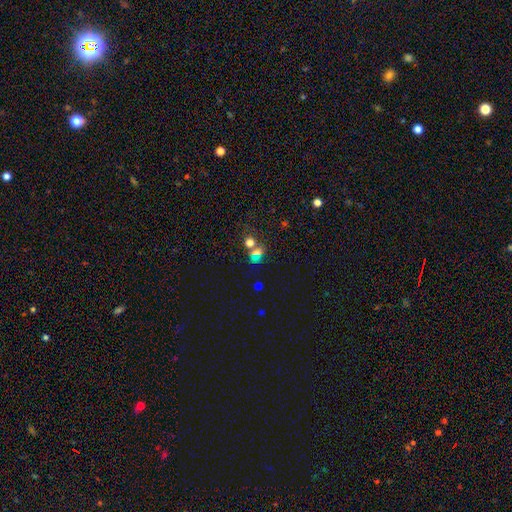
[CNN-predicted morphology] This appears to be a smooth galaxy with no disk features (52%) that is round (60%). Merging: none (54%).